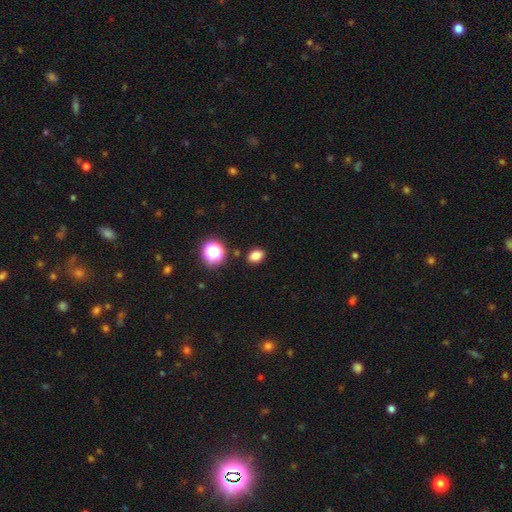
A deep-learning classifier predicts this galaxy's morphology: Overall: smooth (80%). How rounded: in between (73%). Merging: none (87%).